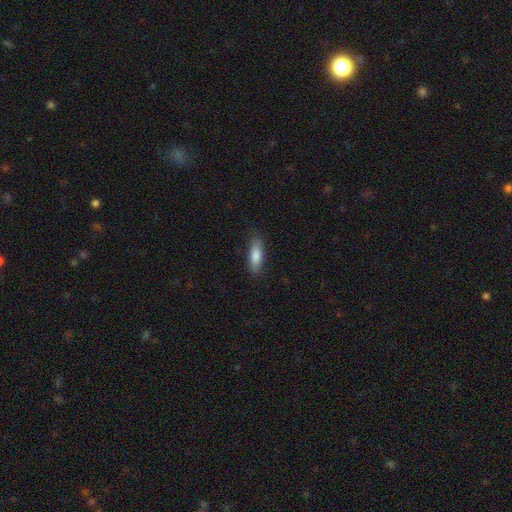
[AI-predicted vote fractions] This is clearly a smooth galaxy (82%). How rounded: possibly in between (57%). Merging: likely none (79%).